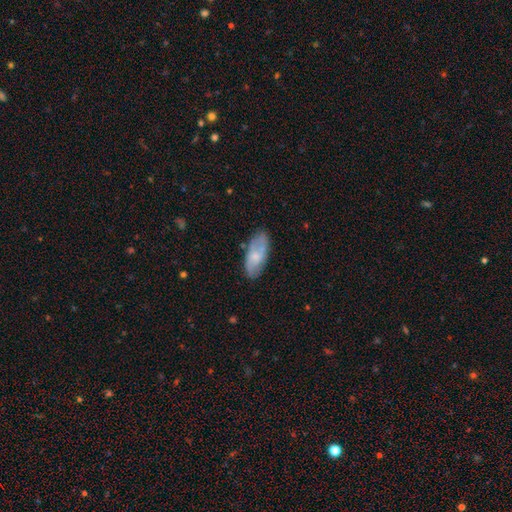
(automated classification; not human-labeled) Morphology: type=smooth (59%); roundness=in between (85%); merging=none (73%).